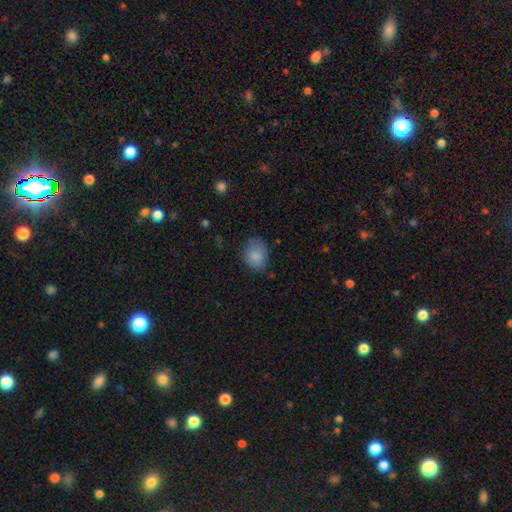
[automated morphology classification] smooth 84%, star or artifact 8%, featured or disk 8%. Down the decision tree: how rounded — in between (57%); merging — none (65%).